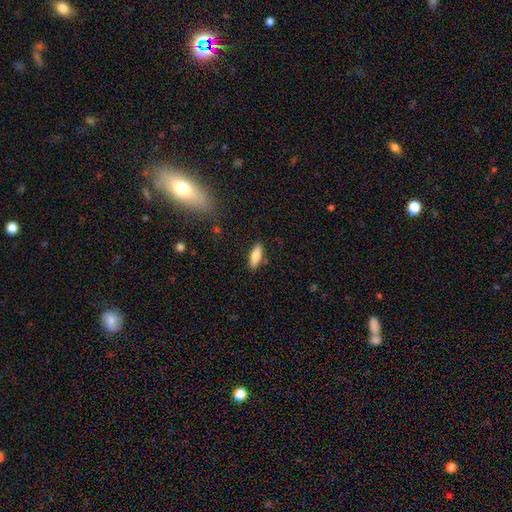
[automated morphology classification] The model was most divided on "how rounded": in between: 58%, cigar-shaped: 40%, round: 2%. More confident: merging — none (86%); smooth or featured — smooth (79%).